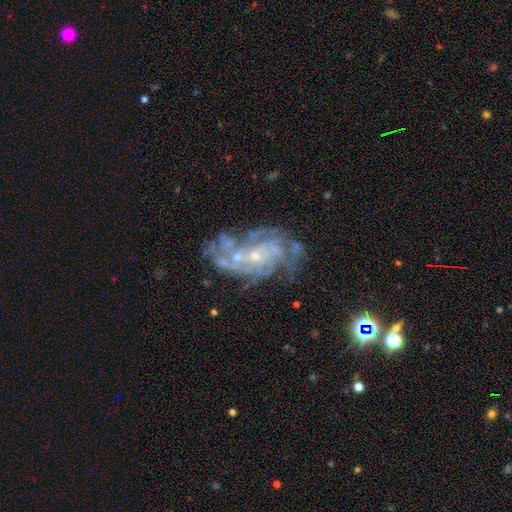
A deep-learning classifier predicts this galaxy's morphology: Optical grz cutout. It shows a featured or disk galaxy (84%) with no bar (72%), tight (59%) spiral arms (92%) and a small central bulge (79%). Merging: none (54%).